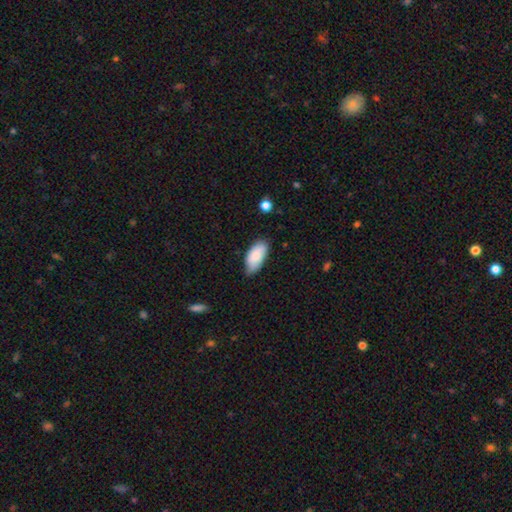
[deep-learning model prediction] smooth 84%, featured or disk 10%, star or artifact 6%. Down the decision tree: how rounded — in between (93%); merging — none (68%).